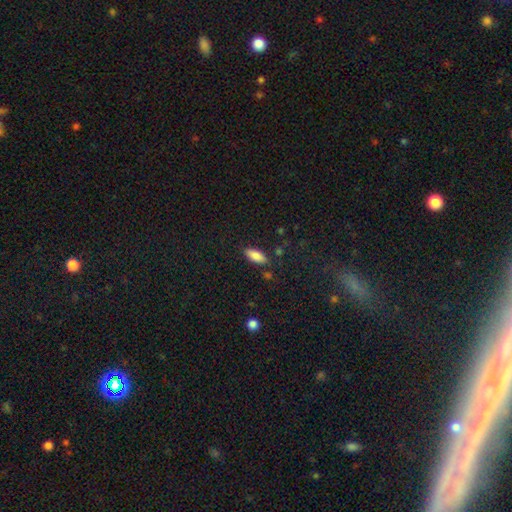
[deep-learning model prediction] Smooth or featured: smooth — 85% (featured or disk — 8%)
How rounded: in between — 81% (cigar-shaped — 17%)
Merging: none — 82% (minor disturbance — 12%)